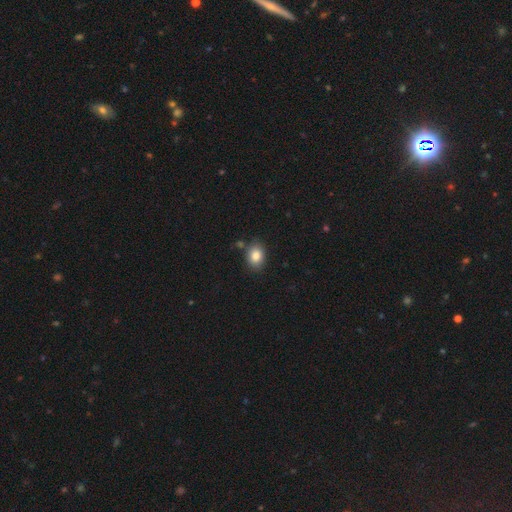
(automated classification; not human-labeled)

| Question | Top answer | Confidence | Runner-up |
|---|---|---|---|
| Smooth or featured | smooth | 84% | star or artifact (9%) |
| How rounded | in between | 71% | round (28%) |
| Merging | none | 79% | minor disturbance (13%) |